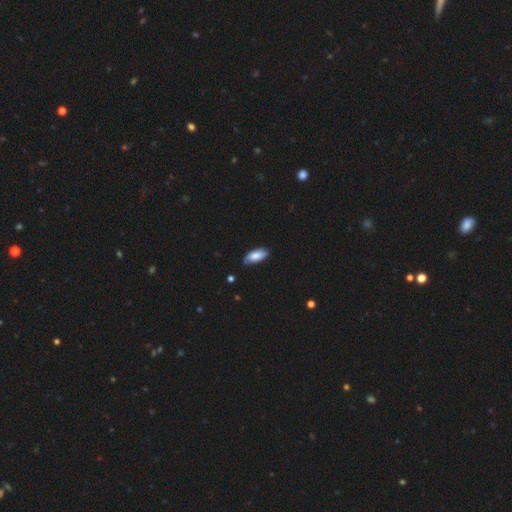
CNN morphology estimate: This appears to be a smooth galaxy with no disk features (82%) that is in between round and cigar-shaped (84%). Merging: none (77%).